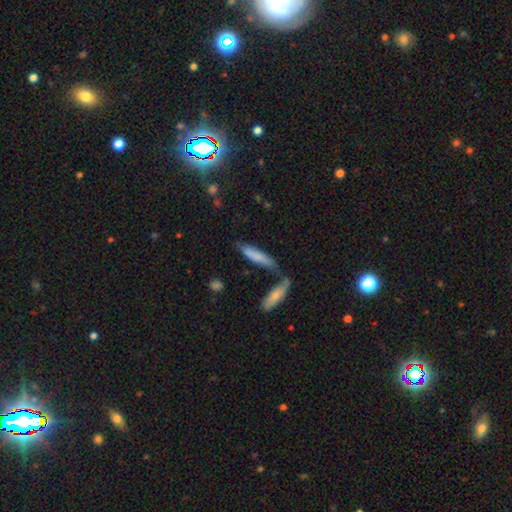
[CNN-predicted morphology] Overall: smooth (74%). How rounded: cigar-shaped (80%). Merging: none (54%; merger 24%).